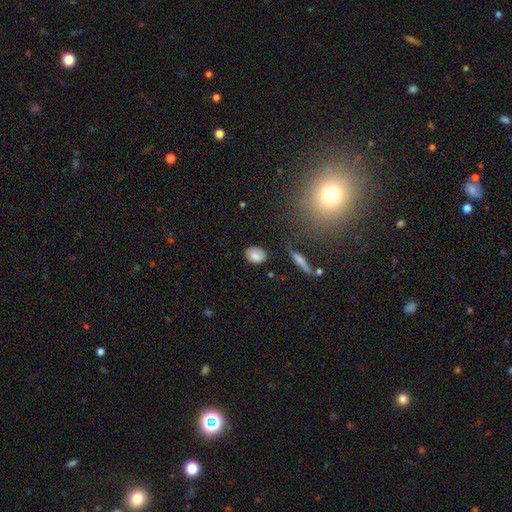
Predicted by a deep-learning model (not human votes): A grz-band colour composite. It shows a smooth galaxy with no disk features (81%) that is in between round and cigar-shaped (64%). Merging: none (82%).